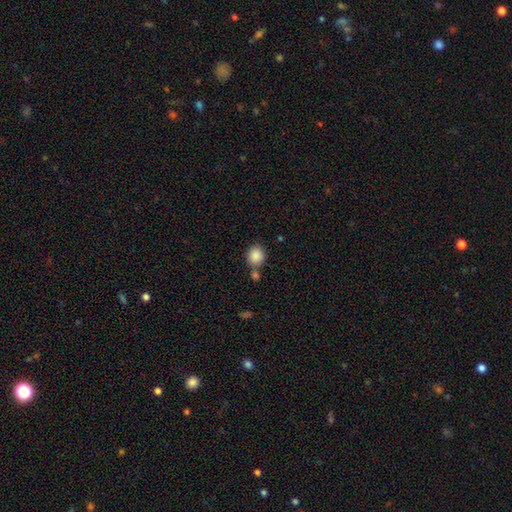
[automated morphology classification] Smooth or featured? smooth (88%)
How rounded? round (79%)
Merging? none (66%)